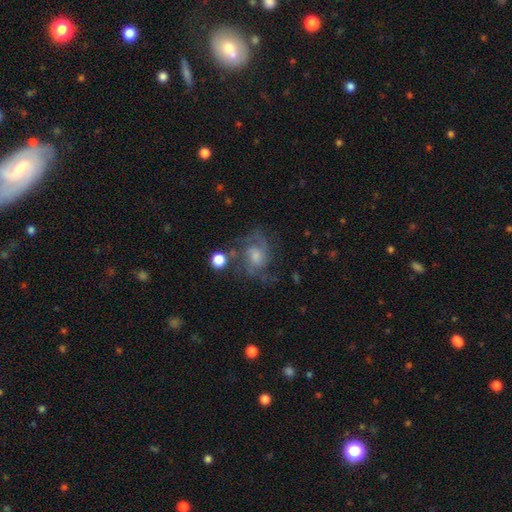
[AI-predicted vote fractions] Morphology: type=featured or disk (76%); edge-on=no (97%); bar=no (61%); spiral arms=yes (93%); winding=medium (52%); arm count=2 (40%); bulge=moderate (44%); merging=none (65%).